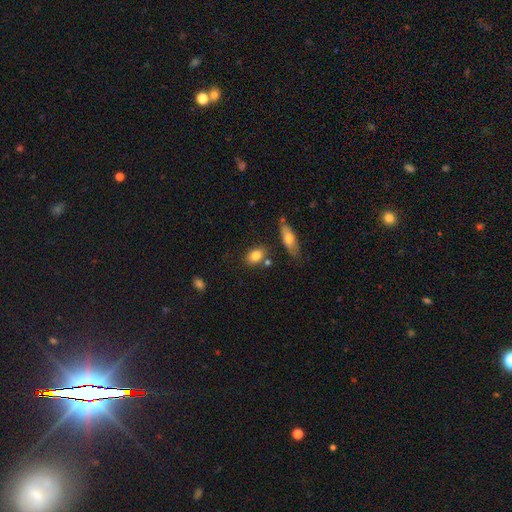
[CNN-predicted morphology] Overall: smooth (82%). How rounded: in between (73%). Merging: none (72%).